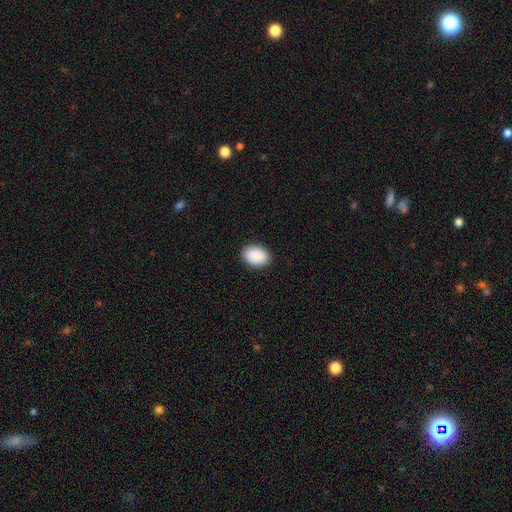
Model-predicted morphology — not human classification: type=smooth (91%); roundness=in between (78%); merging=none (90%).